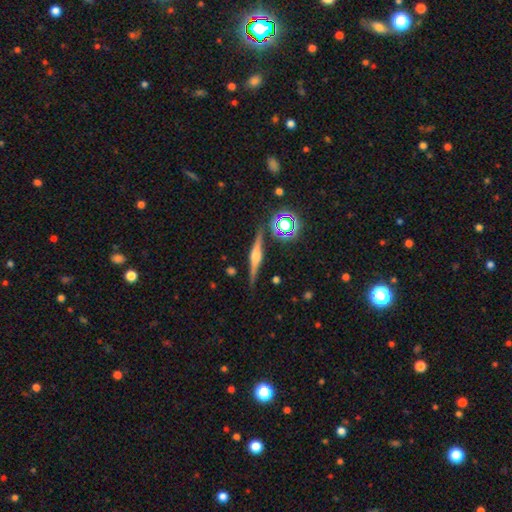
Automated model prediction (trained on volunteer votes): This is likely a featured or disk galaxy (76%). It is clearly viewed edge-on (98%). Edge-on bulge: clearly rounded (86%). Merging: clearly none (88%).